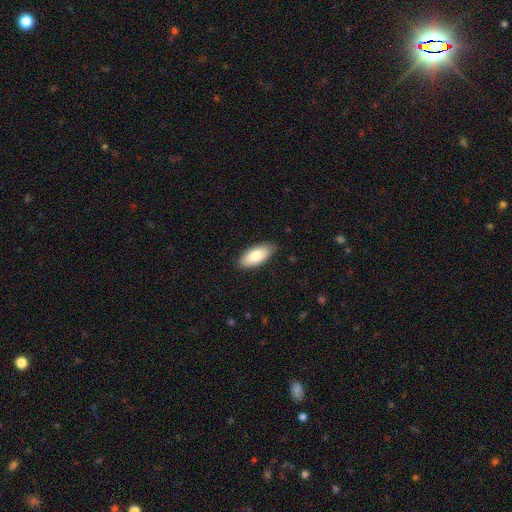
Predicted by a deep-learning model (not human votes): Overall: smooth (82%). How rounded: in between (88%). Merging: none (86%).